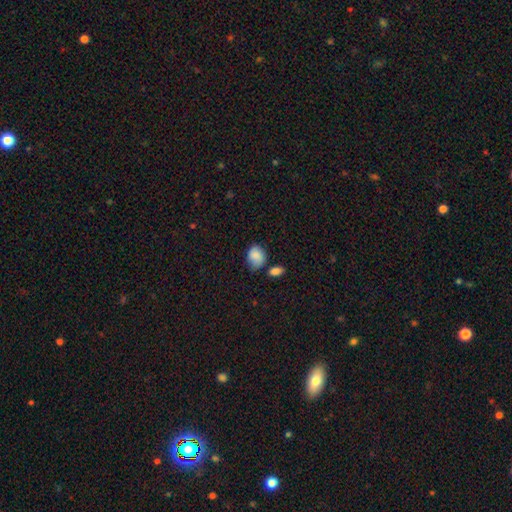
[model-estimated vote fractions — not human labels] This appears to be a smooth galaxy with no disk features (85%) that is in between round and cigar-shaped (63%). Merging: none (56%).